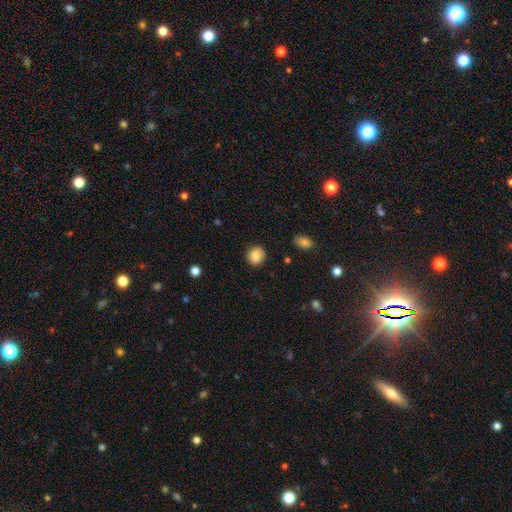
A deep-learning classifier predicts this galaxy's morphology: type=smooth (87%); roundness=round (81%); merging=none (89%).